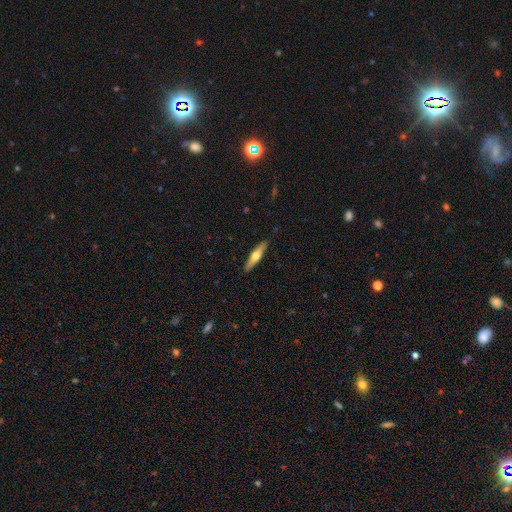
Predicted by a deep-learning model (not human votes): smooth 49%, featured or disk 46%, star or artifact 5%. Down the decision tree: merging — none (90%).